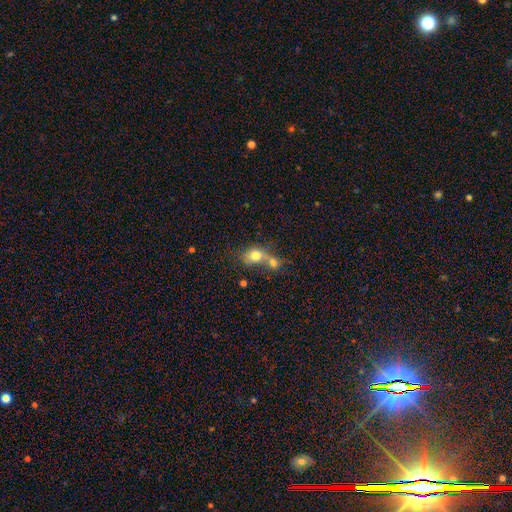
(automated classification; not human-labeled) Smooth or featured: smooth — 75% (featured or disk — 15%)
How rounded: round — 57% (in between — 41%)
Merging: merger — 67% (none — 20%)